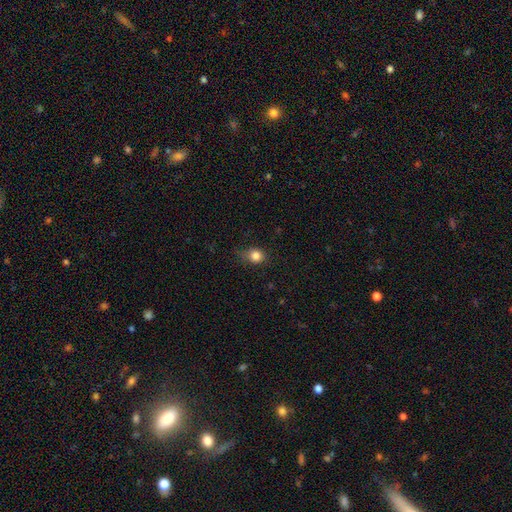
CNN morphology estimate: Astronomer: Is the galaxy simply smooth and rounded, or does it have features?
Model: smooth — 83%.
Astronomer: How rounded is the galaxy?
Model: round — 70%.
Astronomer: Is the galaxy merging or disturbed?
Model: none — 62%.